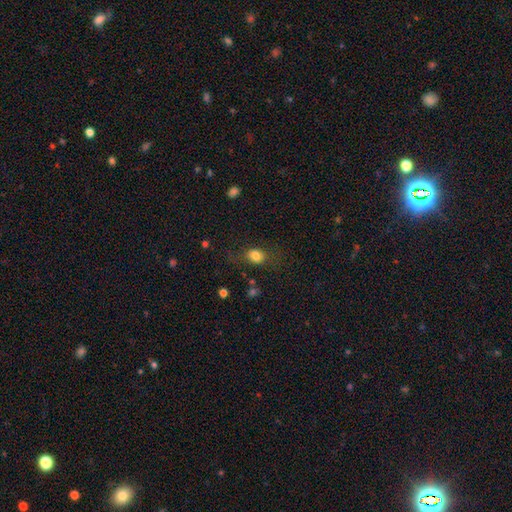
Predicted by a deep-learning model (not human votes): smooth 77%, featured or disk 12%, star or artifact 11%. Down the decision tree: how rounded — in between (53%); merging — none (67%).